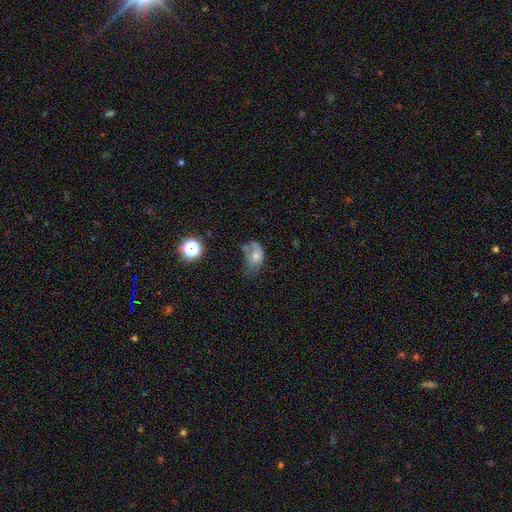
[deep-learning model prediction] smooth_or_featured: smooth (p=0.54) [alt: featured or disk p=0.32]
how_rounded: in between (p=0.73) [alt: round p=0.25]
merging: minor disturbance (p=0.33) [alt: major disturbance p=0.29]